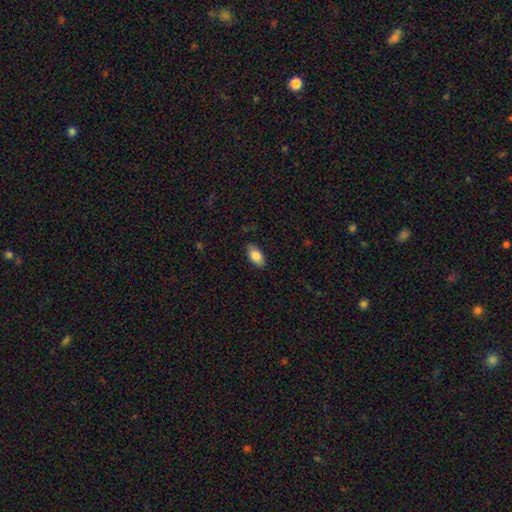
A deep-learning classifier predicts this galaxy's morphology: A smooth galaxy with no disk features (87%) that is in between round and cigar-shaped (93%).

Vote fractions:
- Smooth or featured? smooth: 87% / star or artifact: 7% / featured or disk: 6%
- How rounded? in between: 93% / cigar-shaped: 4% / round: 3%
- Merging? none: 84% / minor disturbance: 12% / major disturbance: 3% / merger: 1%